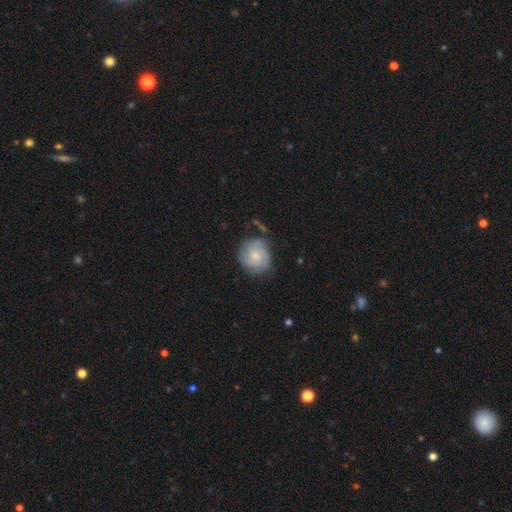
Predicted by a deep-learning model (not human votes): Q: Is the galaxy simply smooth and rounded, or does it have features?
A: featured or disk — 49%.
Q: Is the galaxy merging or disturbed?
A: none — 70%.